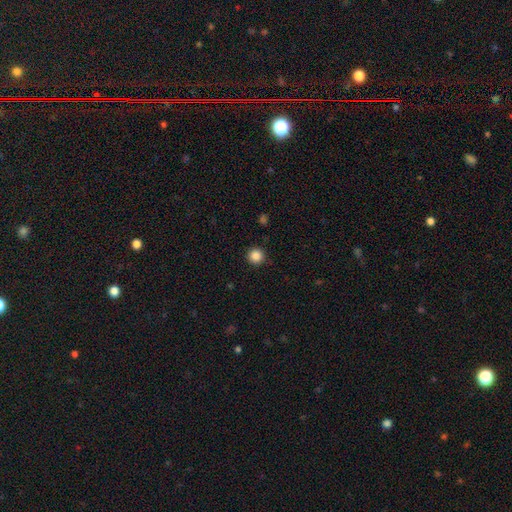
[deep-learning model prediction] Smooth or featured? smooth (86%)
How rounded? round (96%)
Merging? none (92%)